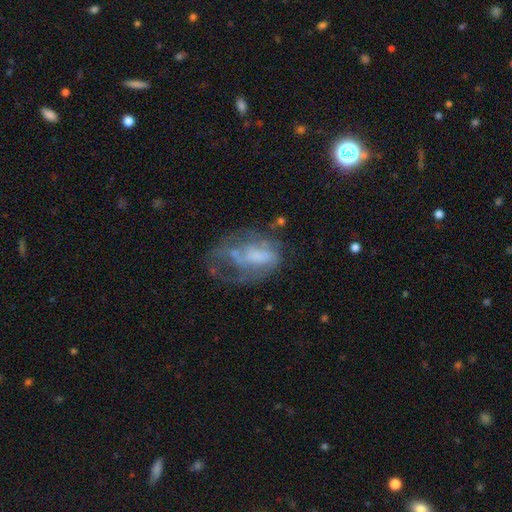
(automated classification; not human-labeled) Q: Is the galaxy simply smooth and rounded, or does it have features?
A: featured or disk — 59%.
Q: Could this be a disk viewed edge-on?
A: no — 96%.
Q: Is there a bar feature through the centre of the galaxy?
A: no — 69%.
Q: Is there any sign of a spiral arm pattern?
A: no — 67%.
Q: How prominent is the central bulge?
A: none — 47%.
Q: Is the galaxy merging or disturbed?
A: major disturbance — 43%.